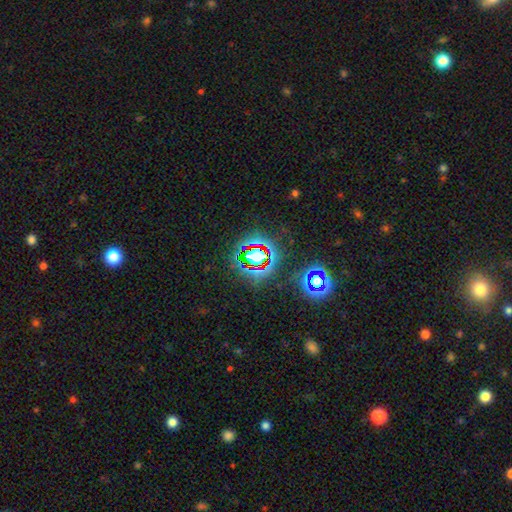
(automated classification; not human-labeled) Smooth or featured: star or artifact — 71% (smooth — 18%)